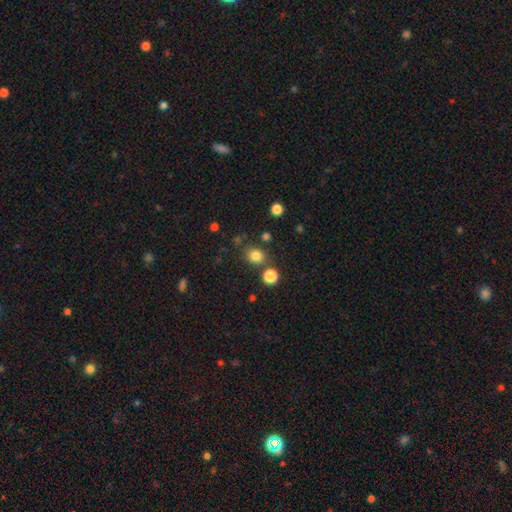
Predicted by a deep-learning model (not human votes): smooth_or_featured: smooth (p=0.80) [alt: star or artifact p=0.14]
how_rounded: round (p=0.70) [alt: in between p=0.29]
merging: none (p=0.78) [alt: minor disturbance p=0.10]